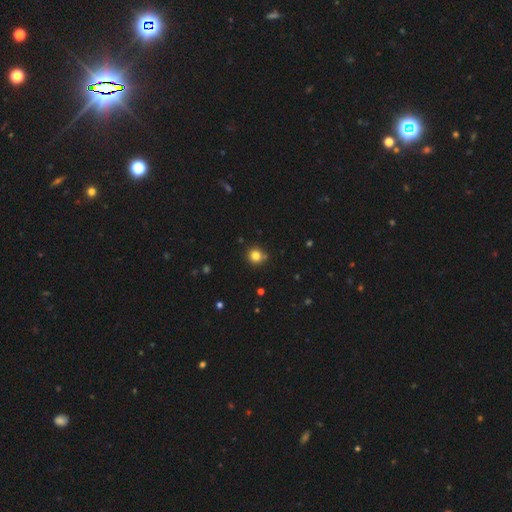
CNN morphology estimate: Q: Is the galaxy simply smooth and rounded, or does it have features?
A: smooth — 81%.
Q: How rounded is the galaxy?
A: round — 92%.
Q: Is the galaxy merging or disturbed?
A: none — 83%.